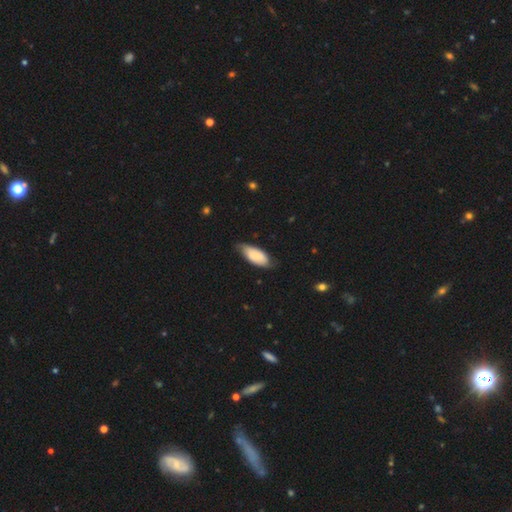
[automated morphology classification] Smooth or featured? smooth (80%)
How rounded? in between (87%)
Merging? none (61%)